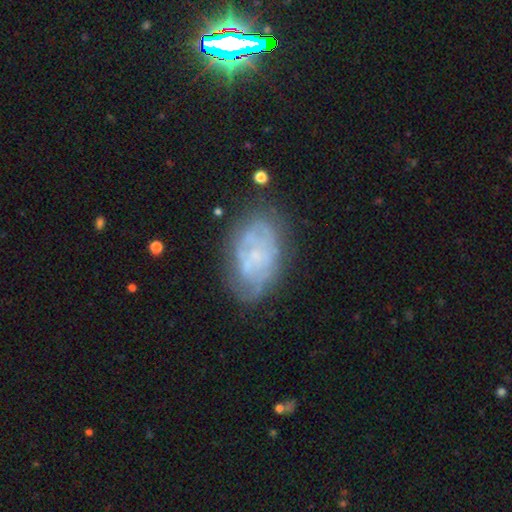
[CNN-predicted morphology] Q: Smooth or featured?
A: featured or disk (64%); runner-up: smooth (27%)
Q: Edge-on disk?
A: no (96%); runner-up: yes (4%)
Q: Bar?
A: no (81%); runner-up: weak (16%)
Q: Spiral arms?
A: yes (50%); tied with: no (50%)
Q: Bulge size?
A: small (56%); runner-up: none (29%)
Q: Merging?
A: none (62%); runner-up: minor disturbance (23%)